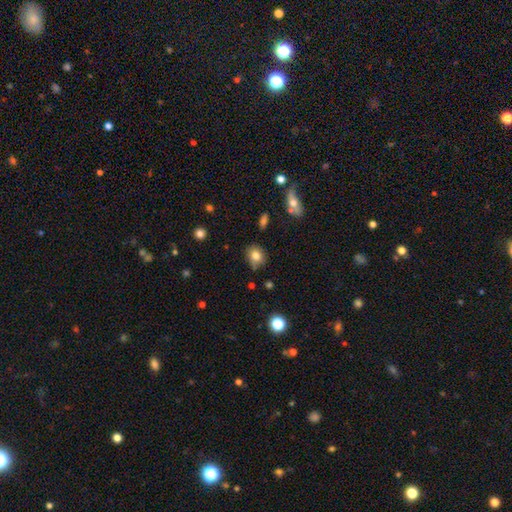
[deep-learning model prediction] The model was most divided on "how rounded": round: 62%, in between: 36%, cigar-shaped: 1%. More confident: smooth or featured — smooth (79%); merging — none (73%).